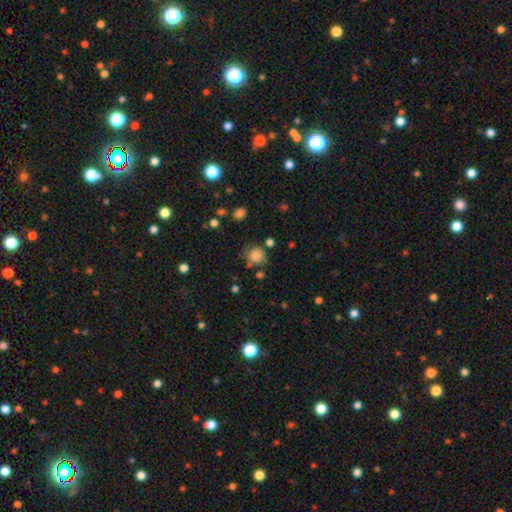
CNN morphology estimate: smooth_or_featured: smooth (p=0.80) [alt: star or artifact p=0.11]
how_rounded: round (p=0.85) [alt: in between p=0.14]
merging: none (p=0.66) [alt: minor disturbance p=0.19]